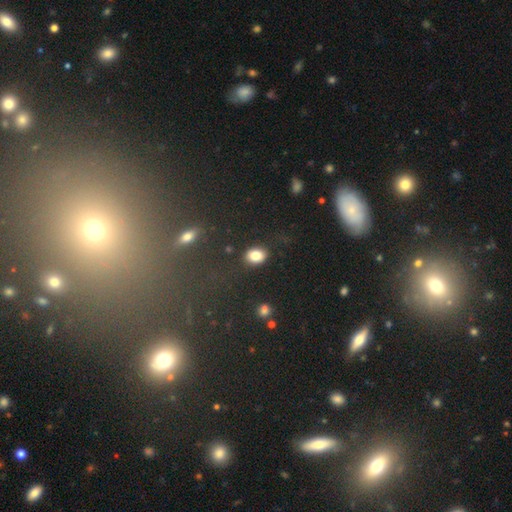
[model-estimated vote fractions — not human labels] Morphology: type=smooth (83%); roundness=in between (66%); merging=none (83%).